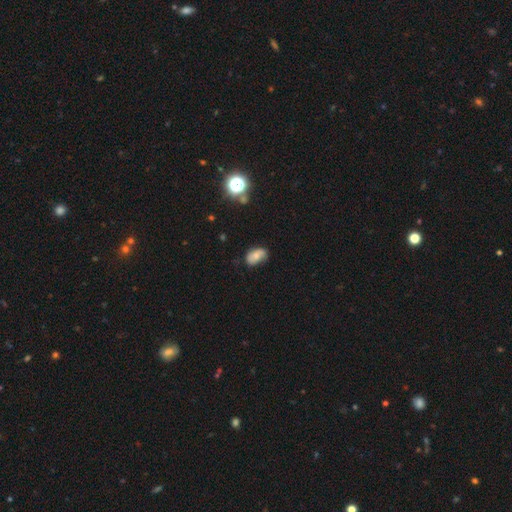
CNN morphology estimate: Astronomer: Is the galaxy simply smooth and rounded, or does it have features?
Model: smooth — 66%.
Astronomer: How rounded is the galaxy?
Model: in between — 89%.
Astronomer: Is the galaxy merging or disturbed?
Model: none — 62%.